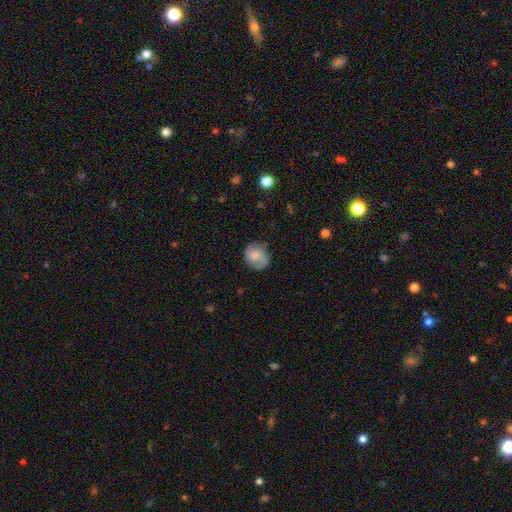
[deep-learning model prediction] Smooth or featured: smooth — 65% (featured or disk — 27%)
How rounded: round — 72% (in between — 27%)
Merging: none — 72% (minor disturbance — 20%)